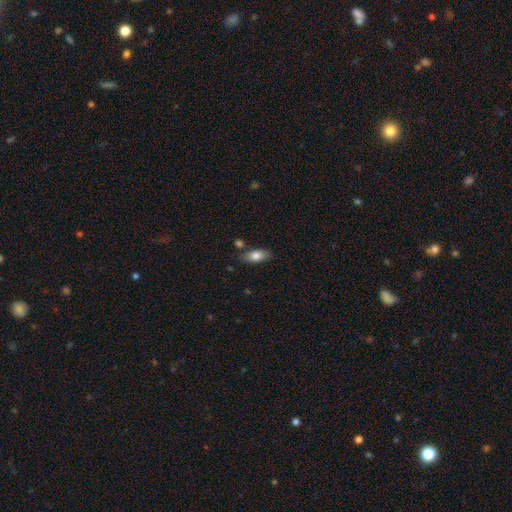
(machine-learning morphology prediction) Overall: smooth (79%). How rounded: in between (85%). Merging: none (76%).